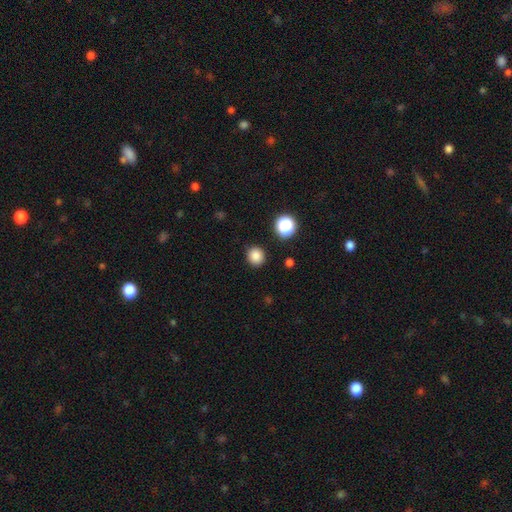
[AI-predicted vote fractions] This appears to be a smooth galaxy with no disk features (84%) that is round (86%). Merging: none (89%).